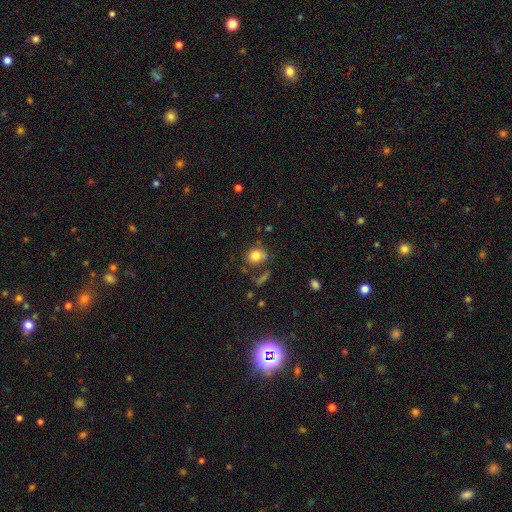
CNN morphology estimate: Smooth or featured: smooth — 80% (star or artifact — 11%)
How rounded: round — 67% (in between — 32%)
Merging: none — 67% (minor disturbance — 18%)